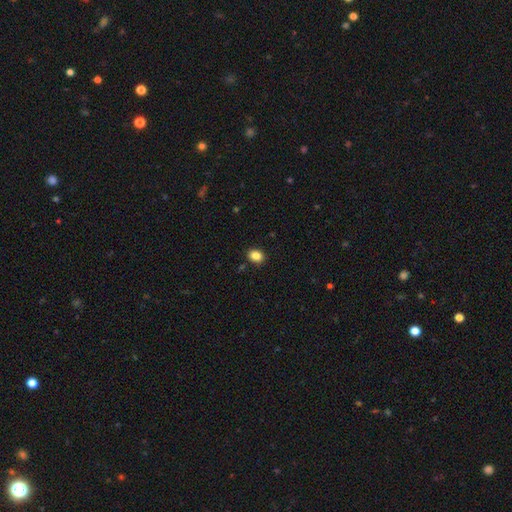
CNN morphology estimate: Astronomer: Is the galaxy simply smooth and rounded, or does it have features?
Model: smooth — 86%.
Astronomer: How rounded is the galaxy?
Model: in between — 59% (runner-up: round, 40%).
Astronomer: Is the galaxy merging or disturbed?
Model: none — 88%.